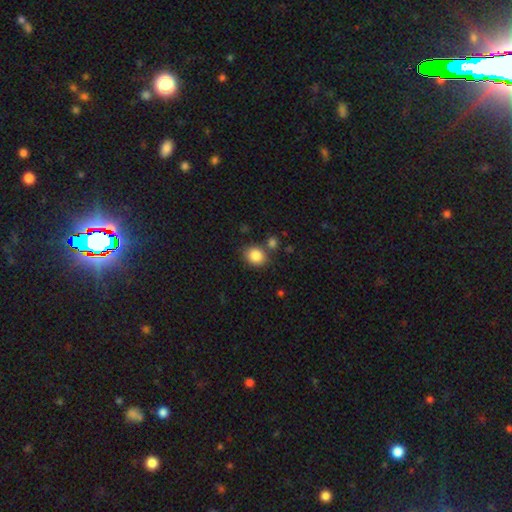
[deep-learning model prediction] Smooth or featured?
  - smooth: 86% *
  - star or artifact: 9%
  - featured or disk: 5%
How rounded?
  - round: 64% *
  - in between: 35%
  - cigar-shaped: 1%
Merging?
  - none: 73% *
  - merger: 12%
  - minor disturbance: 11%
  - major disturbance: 3%